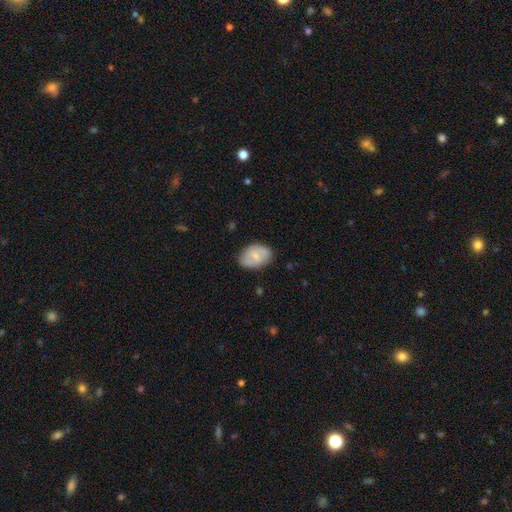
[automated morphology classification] This appears to be a smooth galaxy with no disk features (61%) that is in between round and cigar-shaped (82%). Merging: none (78%).